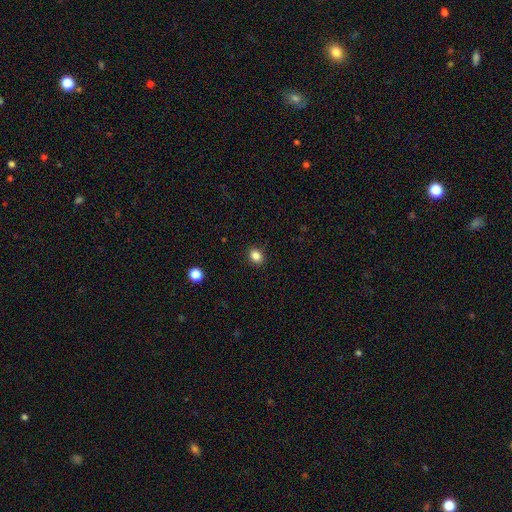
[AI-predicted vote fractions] smooth_or_featured: smooth (p=0.84) [alt: star or artifact p=0.11]
how_rounded: round (p=0.60) [alt: in between p=0.39]
merging: none (p=0.90) [alt: minor disturbance p=0.07]